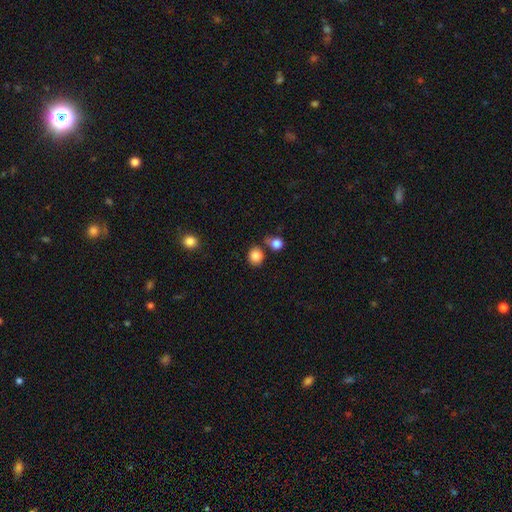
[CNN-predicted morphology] A smooth galaxy with no disk features (85%) that is round (75%).

Vote fractions:
- Smooth or featured? smooth: 85% / star or artifact: 10% / featured or disk: 6%
- How rounded? round: 75% / in between: 25% / cigar-shaped: 1%
- Merging? none: 71% / merger: 14% / minor disturbance: 12% / major disturbance: 3%